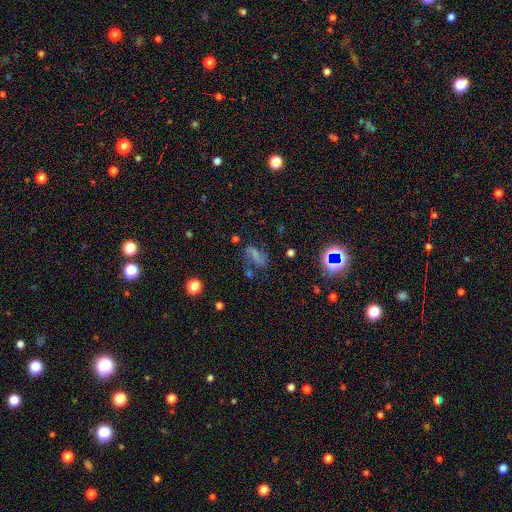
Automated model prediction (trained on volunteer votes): smooth-or-featured: featured or disk: 41% | smooth: 36% | star or artifact: 22%
  merging: none: 50% | minor disturbance: 22% | major disturbance: 19% | merger: 9%